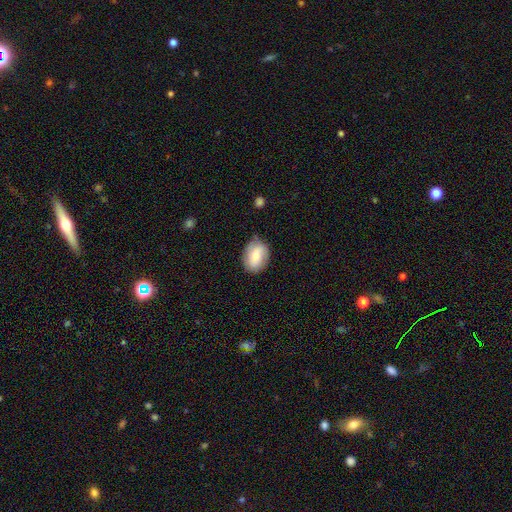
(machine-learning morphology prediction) Q: Smooth or featured?
A: smooth (70%); runner-up: featured or disk (23%)
Q: How rounded?
A: in between (74%); runner-up: round (24%)
Q: Merging?
A: none (73%); runner-up: minor disturbance (22%)